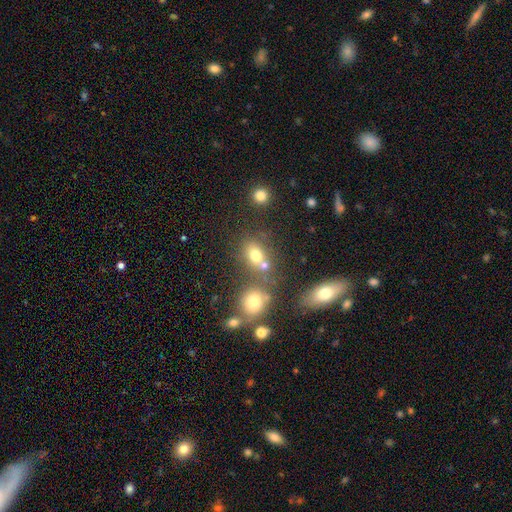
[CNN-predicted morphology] Q: Smooth or featured?
A: smooth (72%); runner-up: star or artifact (17%)
Q: How rounded?
A: round (50%); runner-up: in between (48%)
Q: Merging?
A: none (53%); runner-up: merger (29%)